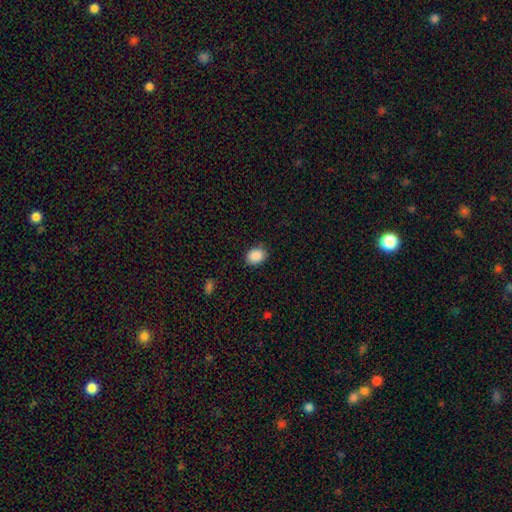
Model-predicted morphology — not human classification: Smooth or featured? smooth (89%)
How rounded? in between (61%)
Merging? none (83%)